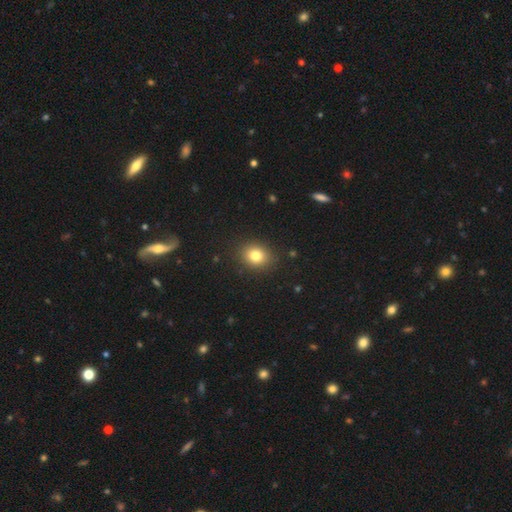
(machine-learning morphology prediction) This is clearly a smooth galaxy (80%). How rounded: likely round (62%). Merging: clearly none (88%).